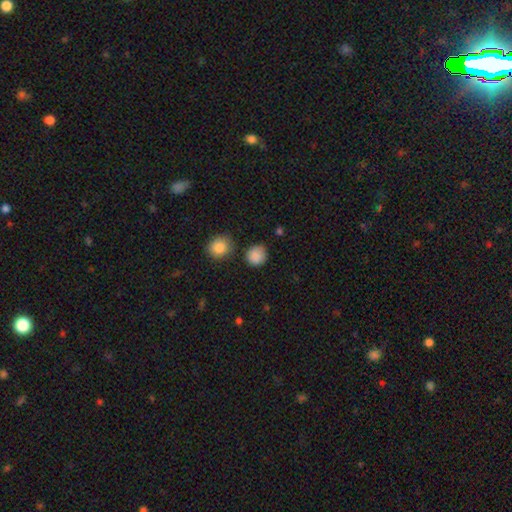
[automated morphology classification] A smooth galaxy with no disk features (86%) that is round (86%). Merging: none (76%).